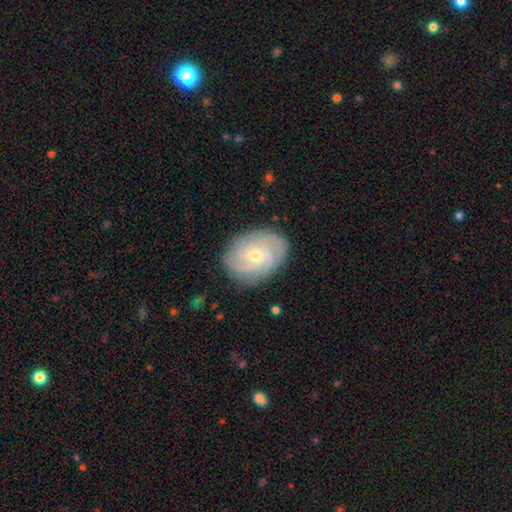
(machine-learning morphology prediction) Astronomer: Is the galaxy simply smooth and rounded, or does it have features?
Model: featured or disk — 79%.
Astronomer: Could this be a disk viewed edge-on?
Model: no — 97%.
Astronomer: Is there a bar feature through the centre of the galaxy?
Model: no — 63%.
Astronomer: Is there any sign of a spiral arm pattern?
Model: yes — 95%.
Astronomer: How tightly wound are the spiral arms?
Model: tight — 67%.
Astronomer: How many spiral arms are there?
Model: can't tell — 31% (runner-up: 4, 21%).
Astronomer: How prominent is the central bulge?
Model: small — 60% (runner-up: moderate, 37%).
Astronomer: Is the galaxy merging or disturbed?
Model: none — 84%.